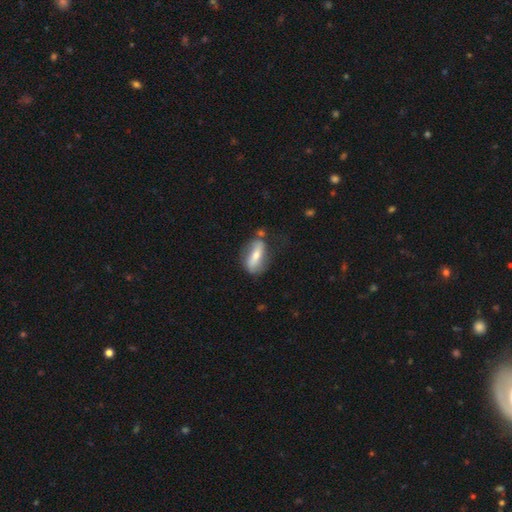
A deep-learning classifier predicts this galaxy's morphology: Smooth or featured: smooth — 49% (featured or disk — 45%)
Merging: none — 60% (minor disturbance — 23%)